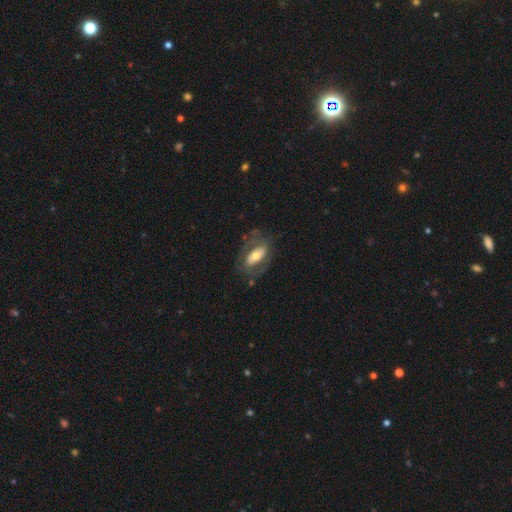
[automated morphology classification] featured or disk 57%, smooth 37%, star or artifact 6%. Down the decision tree: edge-on disk — no (89%); bar — no (48%); spiral arms — no (57%); bulge size — moderate (60%); merging — none (61%).